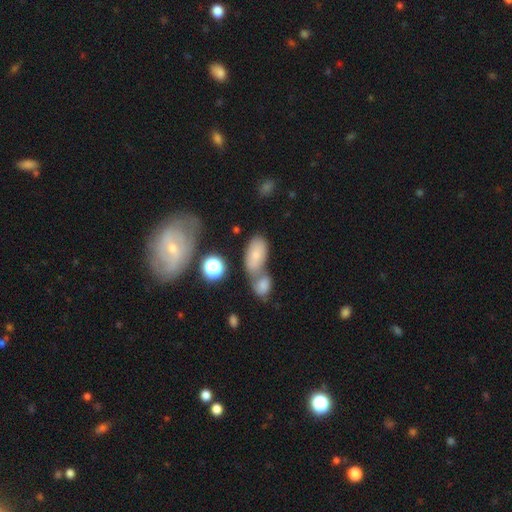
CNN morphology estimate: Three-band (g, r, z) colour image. It shows a smooth galaxy with no disk features (65%) that is in between round and cigar-shaped (90%). Merging: merger (45%).